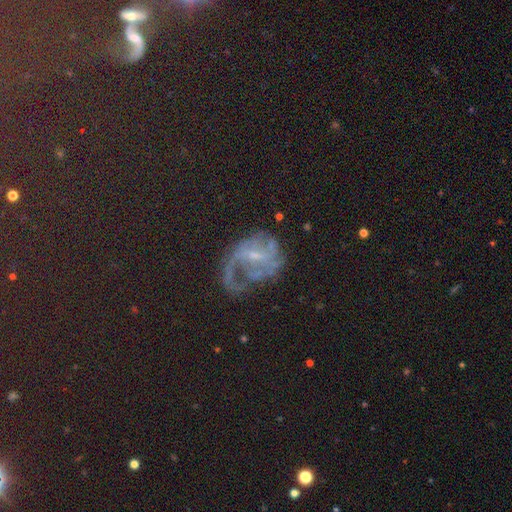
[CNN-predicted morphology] Q: Smooth or featured?
A: featured or disk (43%); runner-up: star or artifact (39%)
Q: Merging?
A: none (38%); runner-up: major disturbance (36%)